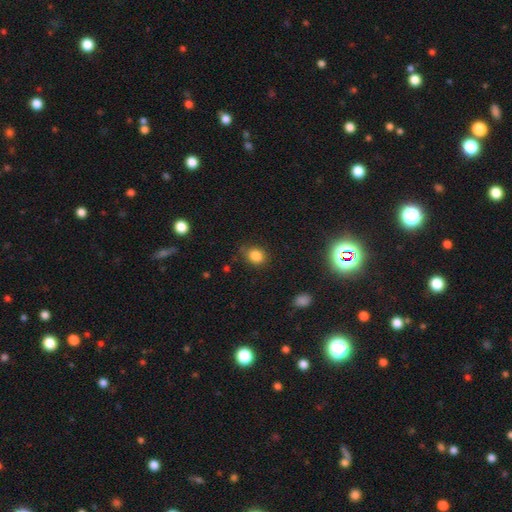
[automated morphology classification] Overall: smooth (83%). How rounded: round (59%; in between 40%). Merging: none (76%).